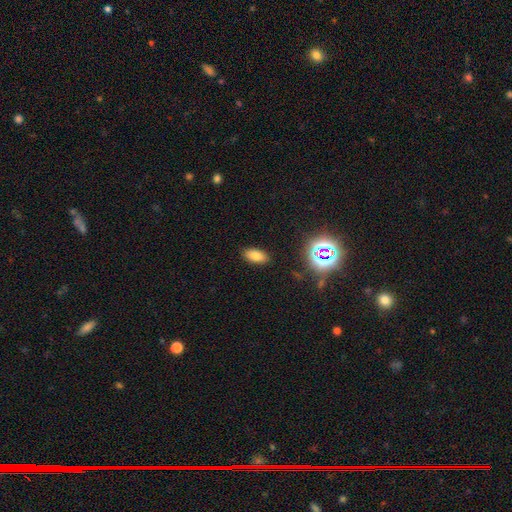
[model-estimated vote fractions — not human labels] Smooth or featured? smooth (78%)
How rounded? in between (90%)
Merging? none (88%)